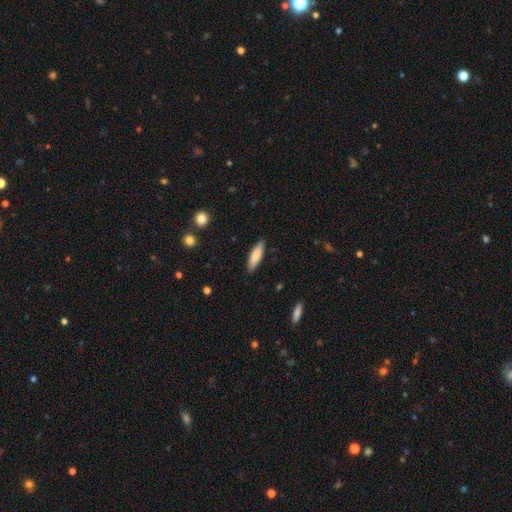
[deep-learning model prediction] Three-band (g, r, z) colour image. It shows a smooth galaxy with no disk features (80%) that is cigar-shaped (66%). Merging: none (88%).